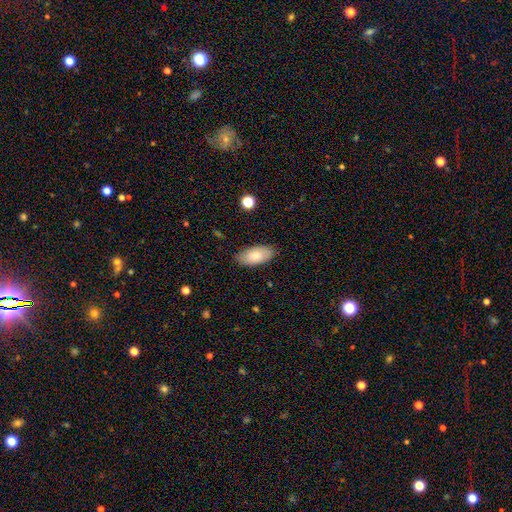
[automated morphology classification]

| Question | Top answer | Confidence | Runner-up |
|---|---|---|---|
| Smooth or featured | smooth | 81% | featured or disk (12%) |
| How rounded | in between | 93% | cigar-shaped (5%) |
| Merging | none | 85% | minor disturbance (11%) |